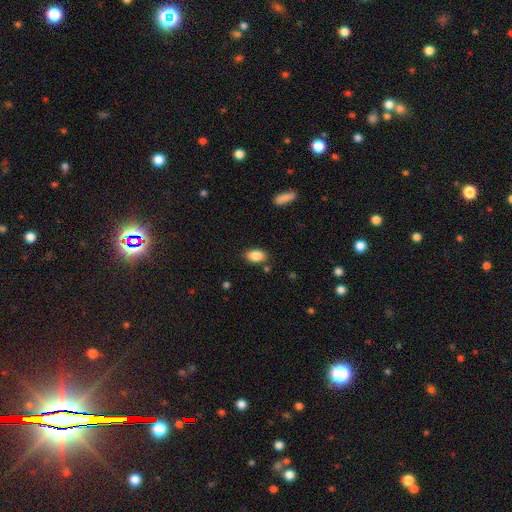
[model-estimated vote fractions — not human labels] This appears to be a smooth galaxy with no disk features (87%) that is in between round and cigar-shaped (90%). Merging: none (82%).